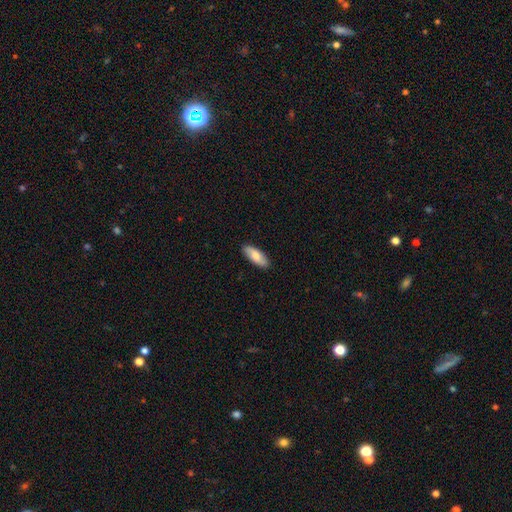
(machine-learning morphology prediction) A smooth galaxy with no disk features (75%) that is in between round and cigar-shaped (73%).

Vote fractions:
- Smooth or featured? smooth: 75% / featured or disk: 20% / star or artifact: 5%
- How rounded? in between: 73% / cigar-shaped: 25% / round: 2%
- Merging? none: 89% / minor disturbance: 9% / major disturbance: 2% / merger: 1%